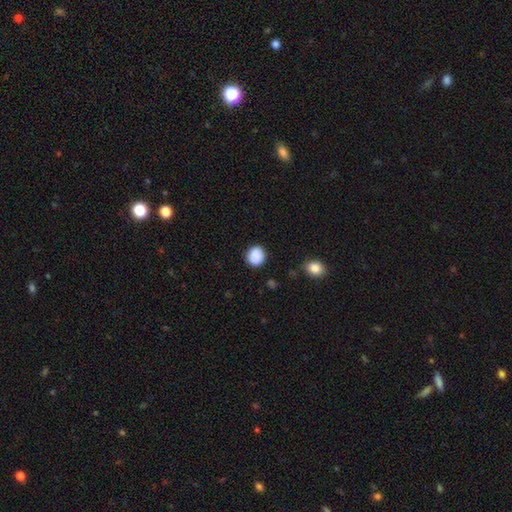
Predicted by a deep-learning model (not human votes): smooth-or-featured: smooth: 86% | star or artifact: 8% | featured or disk: 6%
  how-rounded: round: 82% | in between: 17% | cigar-shaped: 1%
  merging: none: 83% | minor disturbance: 13% | major disturbance: 3% | merger: 2%